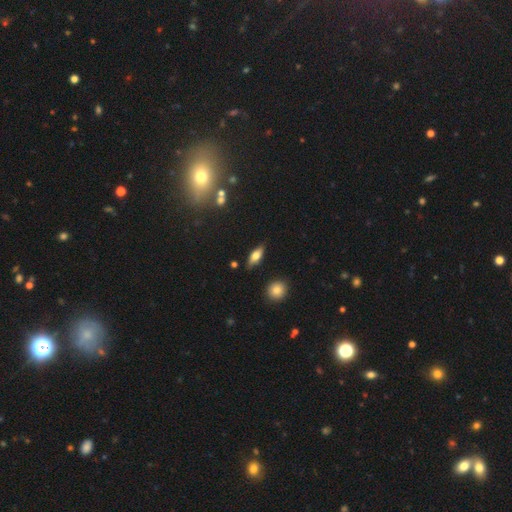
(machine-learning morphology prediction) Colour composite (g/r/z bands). It shows a smooth galaxy with no disk features (59%) that is in between round and cigar-shaped (70%). Merging: none (83%).